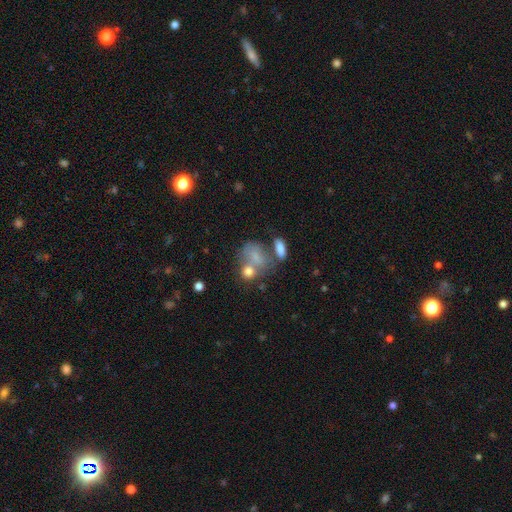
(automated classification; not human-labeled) smooth_or_featured: smooth (p=0.65) [alt: featured or disk p=0.22]
how_rounded: in between (p=0.52) [alt: round p=0.45]
merging: merger (p=0.40) [alt: none p=0.30]